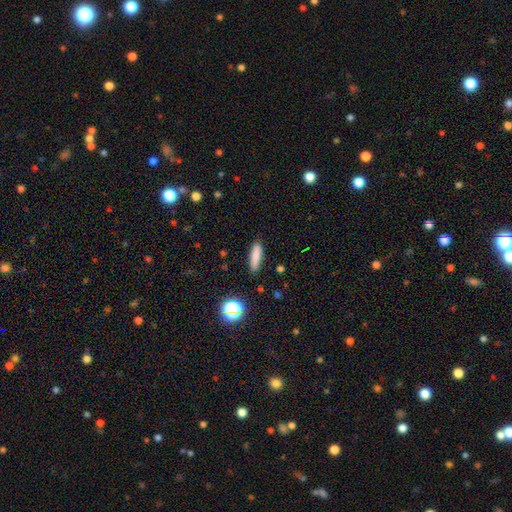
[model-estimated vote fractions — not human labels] A smooth galaxy with no disk features (82%) that is cigar-shaped (68%). Merging: none (86%).